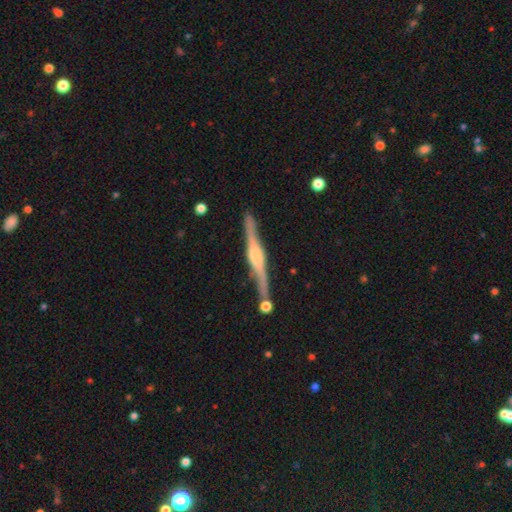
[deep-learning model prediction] Overall: featured or disk (81%). Edge-on disk: yes (97%). Edge-on bulge: rounded (67%). Merging: none (76%).